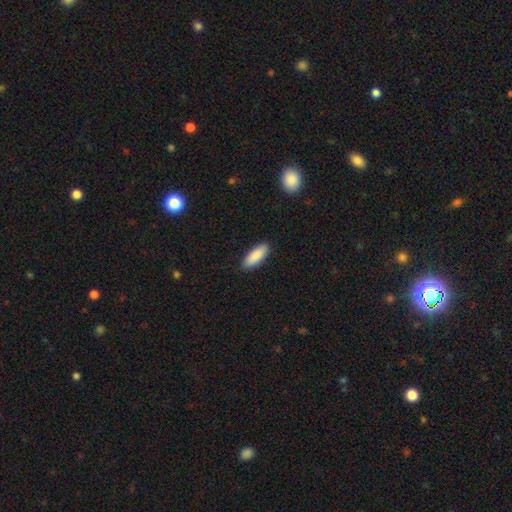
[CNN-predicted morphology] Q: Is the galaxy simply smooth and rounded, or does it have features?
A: smooth — 89%.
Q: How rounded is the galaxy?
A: in between — 71%.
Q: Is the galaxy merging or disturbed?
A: none — 89%.